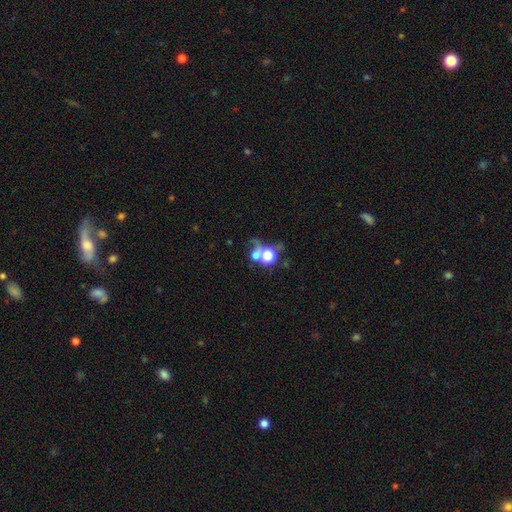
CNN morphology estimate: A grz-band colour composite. It shows a smooth galaxy with no disk features (54%) that is round (76%). Merging: merger (43%).